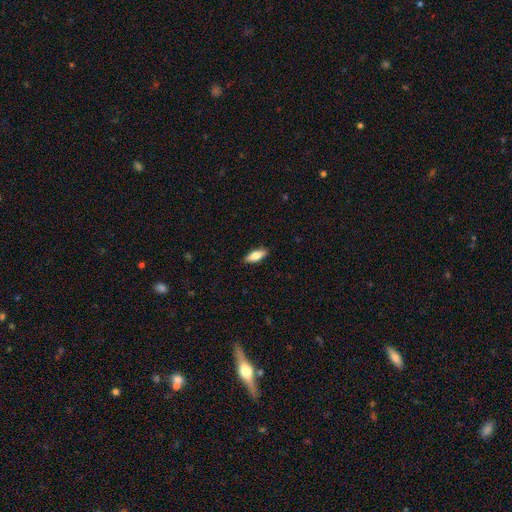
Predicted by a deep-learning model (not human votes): Q: Smooth or featured?
A: smooth (78%); runner-up: featured or disk (16%)
Q: How rounded?
A: in between (71%); runner-up: cigar-shaped (27%)
Q: Merging?
A: none (89%); runner-up: minor disturbance (9%)